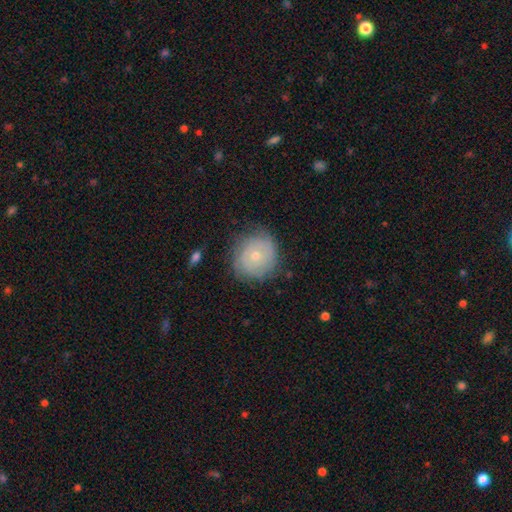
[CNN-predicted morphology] The model was most divided on "smooth or featured": featured or disk: 51%, smooth: 41%, star or artifact: 9%. More confident: edge-on disk — no (97%); merging — none (76%).